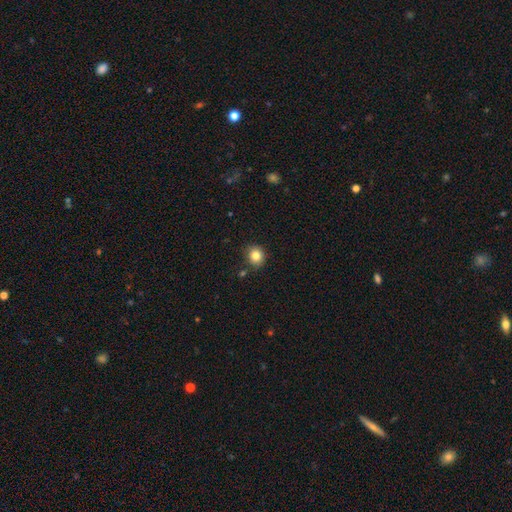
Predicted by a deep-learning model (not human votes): A smooth galaxy with no disk features (83%) that is round (77%). Merging: none (83%).